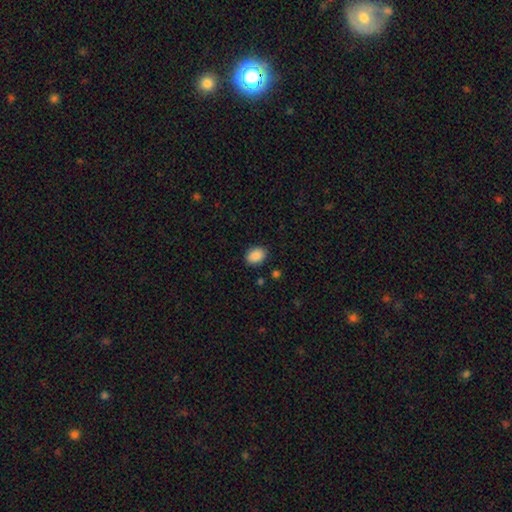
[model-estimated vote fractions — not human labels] Smooth or featured: smooth — 89% (star or artifact — 8%)
How rounded: in between — 65% (round — 34%)
Merging: none — 87% (minor disturbance — 9%)